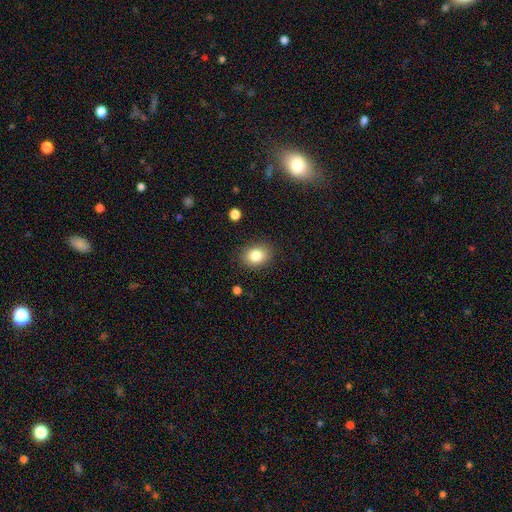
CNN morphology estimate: smooth 83%, star or artifact 9%, featured or disk 7%. Down the decision tree: how rounded — in between (53%); merging — none (86%).